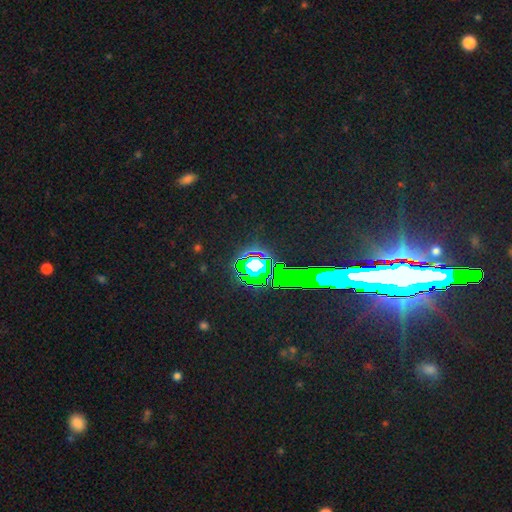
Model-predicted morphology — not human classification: This appears to be a star or artifact, not a galaxy (80%).